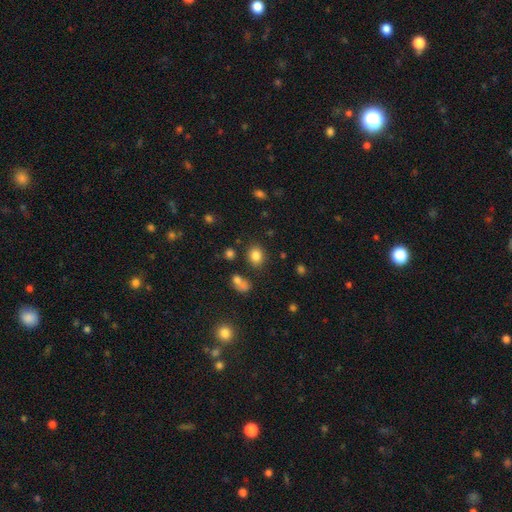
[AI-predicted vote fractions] Morphology: type=smooth (82%); roundness=round (59%); merging=none (79%).